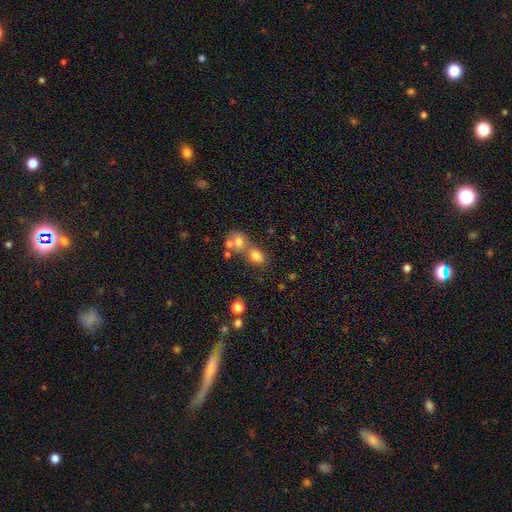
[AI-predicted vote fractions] Smooth or featured?
  - smooth: 76% *
  - star or artifact: 14%
  - featured or disk: 10%
How rounded?
  - in between: 50% *
  - round: 49%
  - cigar-shaped: 1%
Merging?
  - none: 44% *
  - merger: 42%
  - minor disturbance: 9%
  - major disturbance: 4%